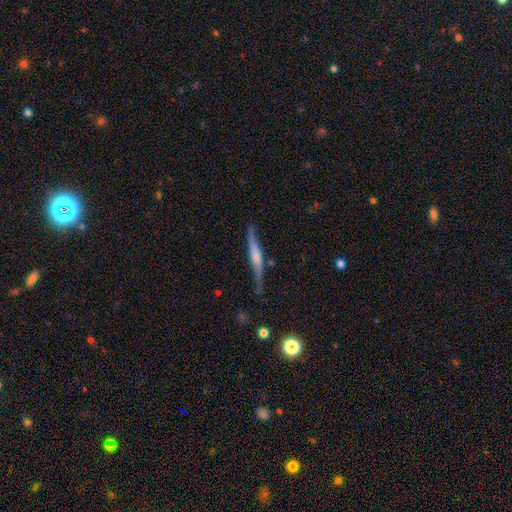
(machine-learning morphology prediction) smooth_or_featured: featured or disk (p=0.65) [alt: smooth p=0.30]
disk_edge_on: yes (p=0.93) [alt: no p=0.07]
edge_on_bulge: rounded (p=0.61) [alt: none p=0.20]
merging: none (p=0.72) [alt: minor disturbance p=0.21]